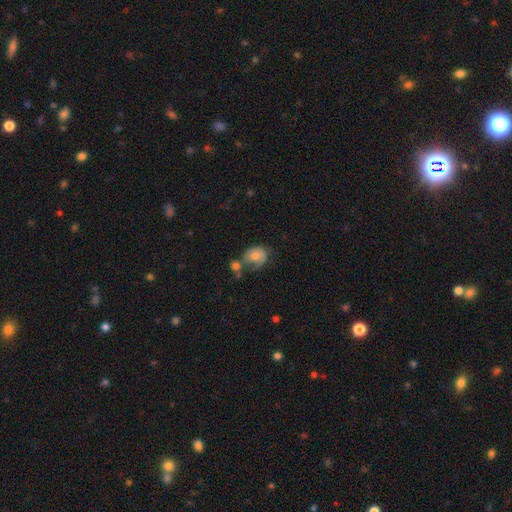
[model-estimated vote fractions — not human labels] Smooth or featured? Predicted: smooth (p=0.60). How rounded? Predicted: round (p=0.60). Merging? Predicted: none (p=0.33).